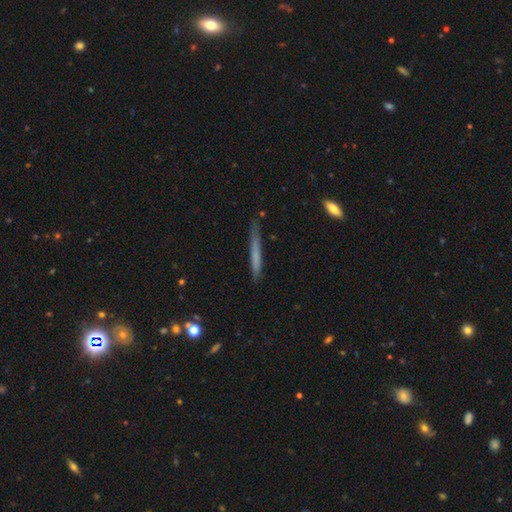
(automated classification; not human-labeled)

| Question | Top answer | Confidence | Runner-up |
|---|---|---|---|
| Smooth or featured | smooth | 60% | featured or disk (33%) |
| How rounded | cigar-shaped | 96% | in between (2%) |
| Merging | none | 79% | minor disturbance (16%) |